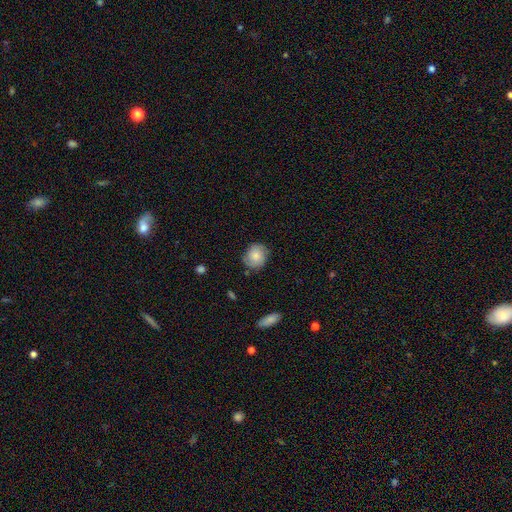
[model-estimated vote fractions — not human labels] Smooth or featured? smooth (63%)
How rounded? round (74%)
Merging? none (74%)